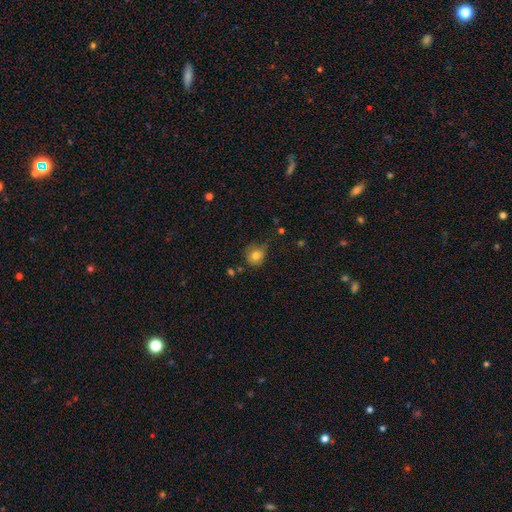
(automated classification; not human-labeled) Q: Smooth or featured?
A: smooth (78%); runner-up: star or artifact (11%)
Q: How rounded?
A: round (83%); runner-up: in between (16%)
Q: Merging?
A: none (61%); runner-up: minor disturbance (28%)